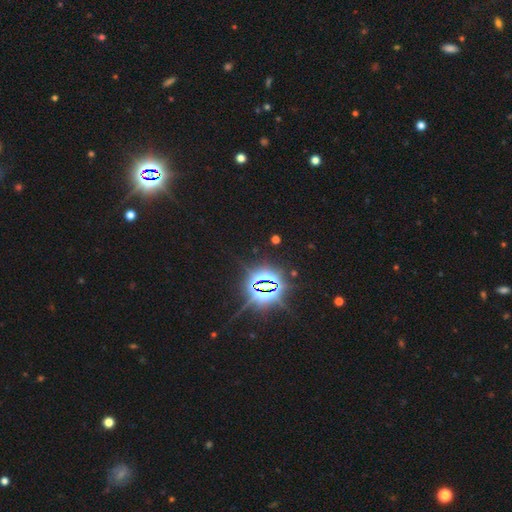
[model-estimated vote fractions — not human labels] A star or artifact, not a galaxy (86%).

Vote fractions:
- Smooth or featured? star or artifact: 86% / smooth: 8% / featured or disk: 6%